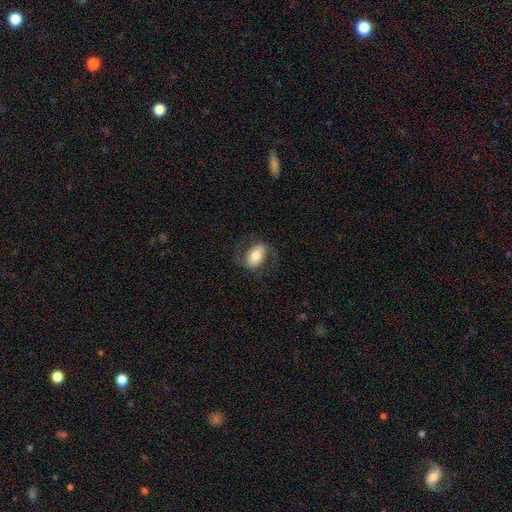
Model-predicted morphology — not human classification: smooth-or-featured: featured or disk: 50% | smooth: 43% | star or artifact: 7%
  merging: none: 72% | minor disturbance: 15% | major disturbance: 12% | merger: 1%